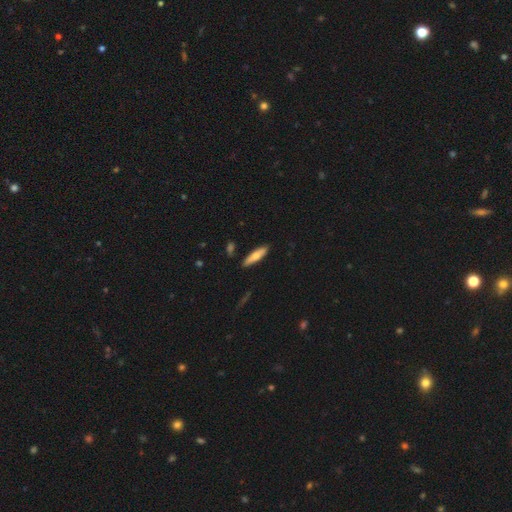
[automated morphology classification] Smooth or featured: smooth — 61% (featured or disk — 32%)
How rounded: cigar-shaped — 72% (in between — 26%)
Merging: none — 86% (minor disturbance — 10%)